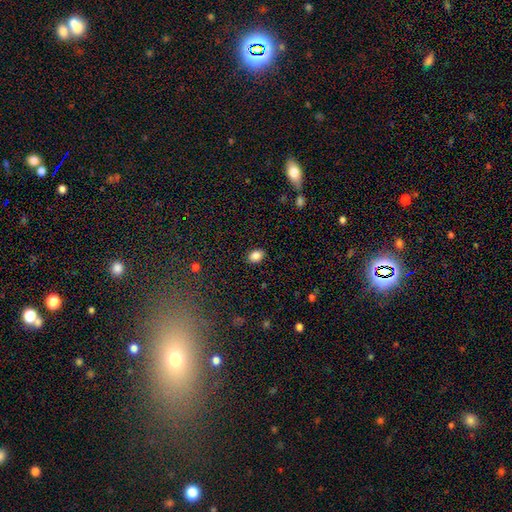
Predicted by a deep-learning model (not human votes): Morphology: type=smooth (85%); roundness=in between (76%); merging=none (88%).